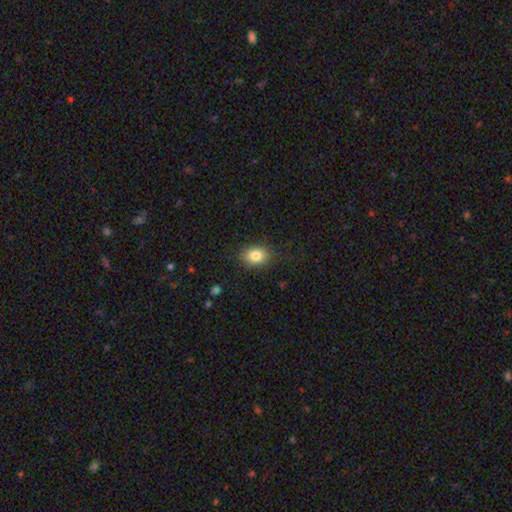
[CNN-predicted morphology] smooth-or-featured: smooth: 82% | star or artifact: 9% | featured or disk: 8%
  how-rounded: in between: 62% | round: 37% | cigar-shaped: 1%
  merging: none: 85% | minor disturbance: 11% | major disturbance: 3% | merger: 1%